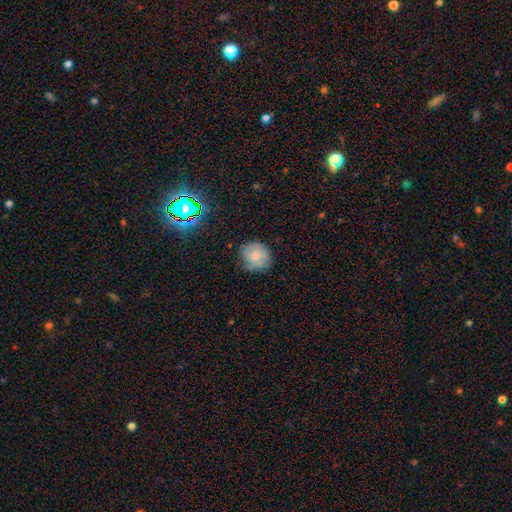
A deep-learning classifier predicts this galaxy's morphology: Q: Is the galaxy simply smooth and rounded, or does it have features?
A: smooth — 65%.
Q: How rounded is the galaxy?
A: round — 80%.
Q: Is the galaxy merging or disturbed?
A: none — 66%.